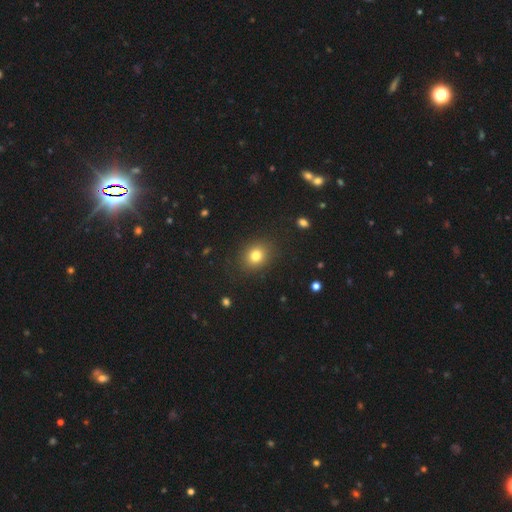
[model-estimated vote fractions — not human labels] This appears to be a smooth galaxy with no disk features (80%) that is round (63%). Merging: none (87%).